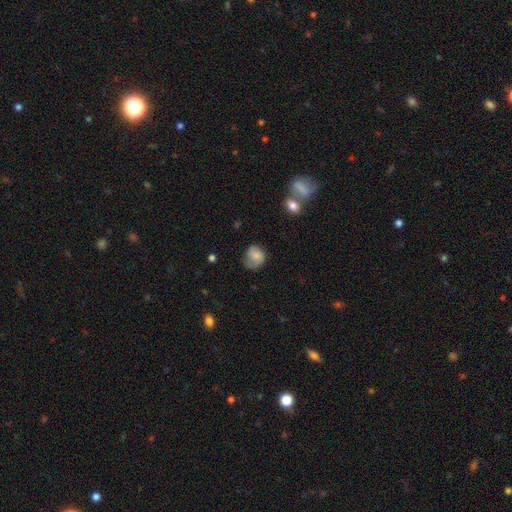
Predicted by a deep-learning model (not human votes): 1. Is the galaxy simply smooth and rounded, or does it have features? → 72% smooth, 19% featured or disk, 8% star or artifact.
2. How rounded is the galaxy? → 65% round, 34% in between, 1% cigar-shaped.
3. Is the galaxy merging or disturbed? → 51% none, 33% minor disturbance, 14% major disturbance, 2% merger.